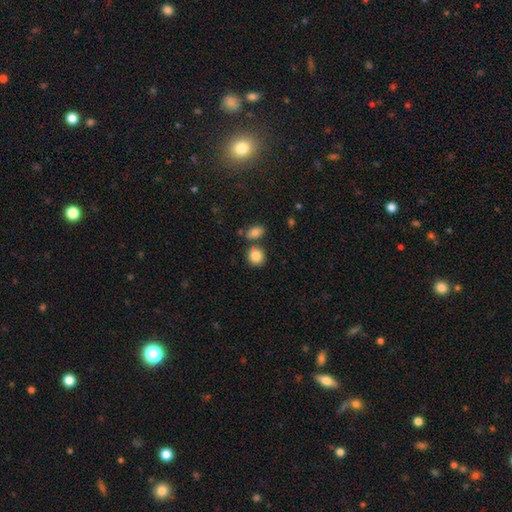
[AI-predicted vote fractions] A smooth galaxy with no disk features (86%) that is round (77%).

Vote fractions:
- Smooth or featured? smooth: 86% / star or artifact: 8% / featured or disk: 6%
- How rounded? round: 77% / in between: 21% / cigar-shaped: 1%
- Merging? none: 71% / merger: 16% / minor disturbance: 10% / major disturbance: 3%